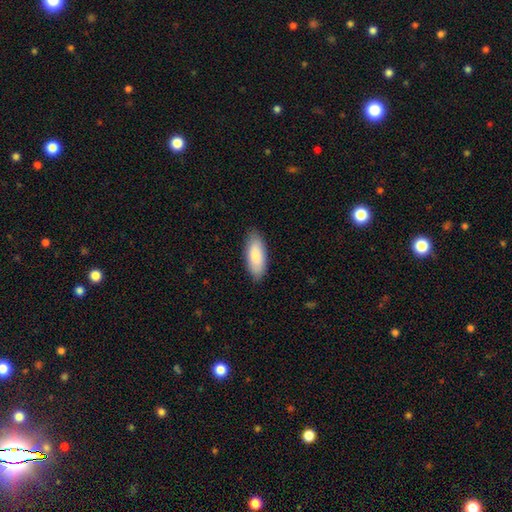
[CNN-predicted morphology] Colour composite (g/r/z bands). It shows a smooth galaxy with no disk features (85%) that is in between round and cigar-shaped (81%). Merging: none (86%).